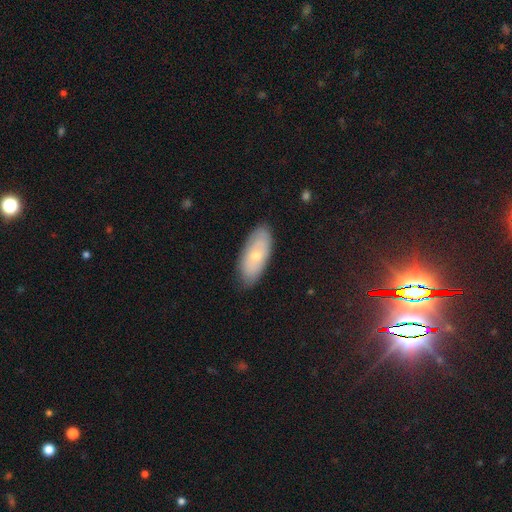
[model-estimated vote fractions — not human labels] Morphology: type=smooth (56%); roundness=in between (85%); merging=none (82%).